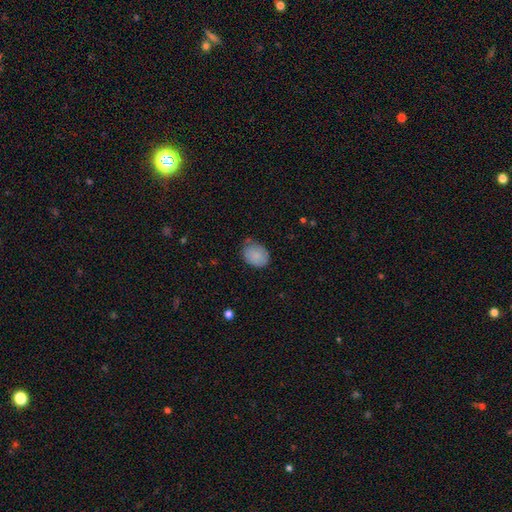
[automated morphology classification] A smooth galaxy with no disk features (85%) that is in between round and cigar-shaped (68%).

Vote fractions:
- Smooth or featured? smooth: 85% / featured or disk: 8% / star or artifact: 7%
- How rounded? in between: 68% / round: 31% / cigar-shaped: 1%
- Merging? none: 60% / minor disturbance: 32% / major disturbance: 6% / merger: 2%